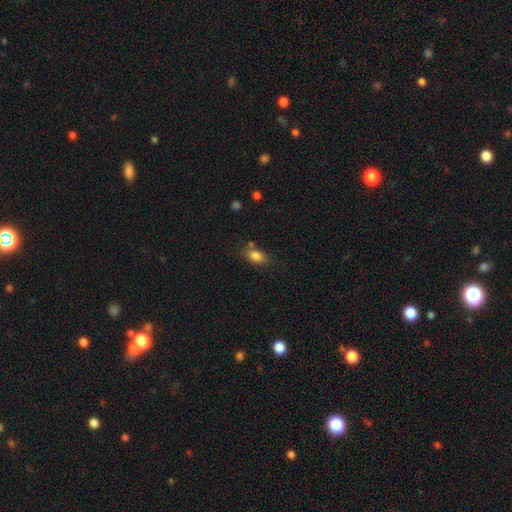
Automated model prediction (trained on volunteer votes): This appears to be a smooth galaxy with no disk features (83%) that is in between round and cigar-shaped (84%). Merging: none (69%).